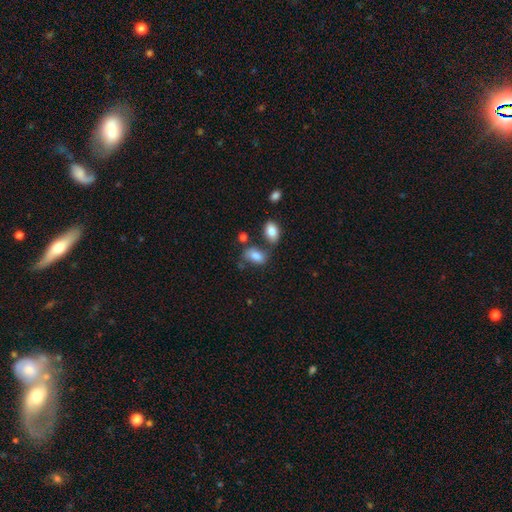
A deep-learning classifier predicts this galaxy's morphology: Smooth or featured? smooth (81%)
How rounded? in between (89%)
Merging? none (53%)